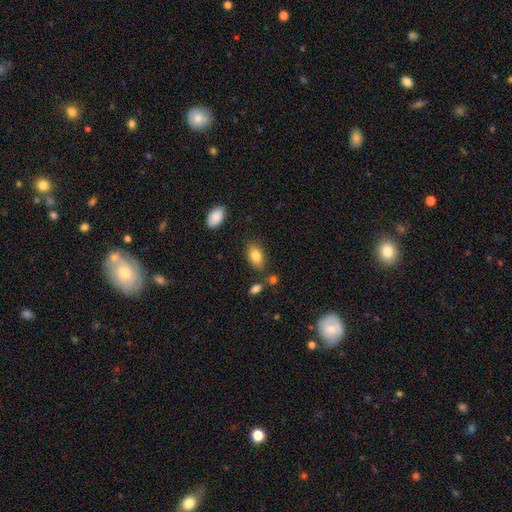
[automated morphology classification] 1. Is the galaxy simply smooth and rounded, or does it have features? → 83% smooth, 9% featured or disk, 8% star or artifact.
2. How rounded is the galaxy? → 91% in between, 6% round, 3% cigar-shaped.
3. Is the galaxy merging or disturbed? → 77% none, 13% minor disturbance, 6% merger, 3% major disturbance.